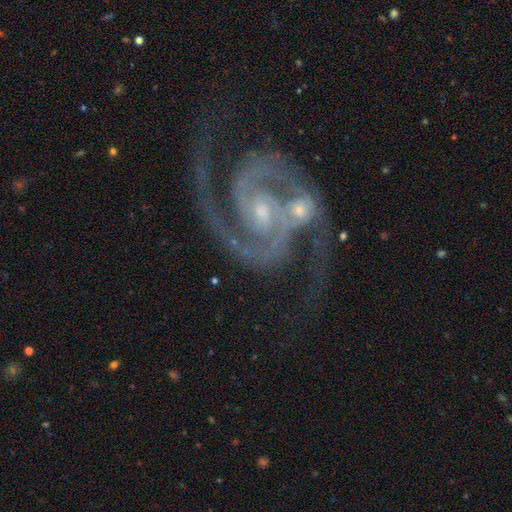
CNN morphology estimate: Smooth or featured: featured or disk — 94% (star or artifact — 4%)
Edge-on disk: no — 98% (yes — 2%)
Bar: no — 50% (weak — 34%)
Spiral arms: yes — 99% (no — 1%)
Spiral winding: medium — 50% (tight — 43%)
Spiral arm count: 2 — 90% (3 — 4%)
Bulge size: small — 73% (moderate — 22%)
Merging: none — 49% (merger — 24%)